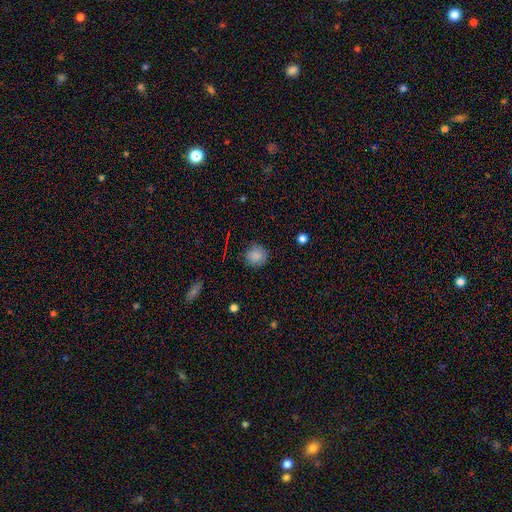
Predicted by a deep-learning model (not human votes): smooth 84%, star or artifact 10%, featured or disk 6%. Down the decision tree: how rounded — round (87%); merging — none (82%).